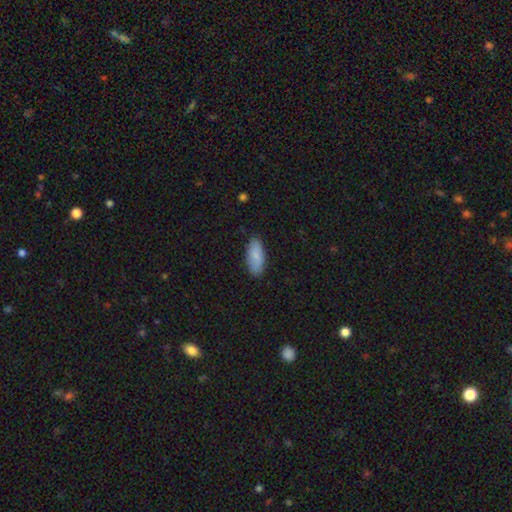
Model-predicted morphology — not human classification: A smooth galaxy with no disk features (86%) that is in between round and cigar-shaped (84%).

Vote fractions:
- Smooth or featured? smooth: 86% / featured or disk: 8% / star or artifact: 6%
- How rounded? in between: 84% / cigar-shaped: 15% / round: 2%
- Merging? none: 85% / minor disturbance: 12% / major disturbance: 2% / merger: 1%